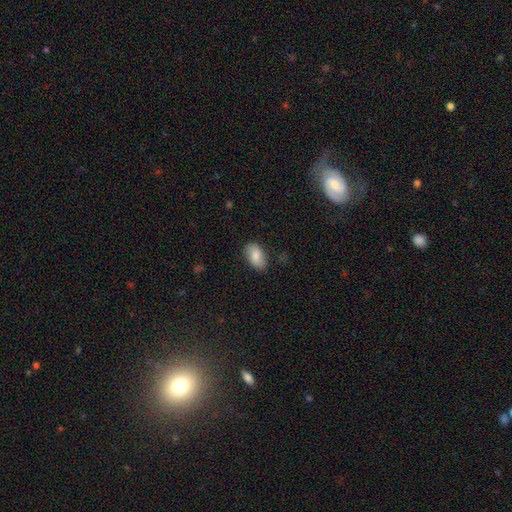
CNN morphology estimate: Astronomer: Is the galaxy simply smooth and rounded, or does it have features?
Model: smooth — 79%.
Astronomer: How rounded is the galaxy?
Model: in between — 93%.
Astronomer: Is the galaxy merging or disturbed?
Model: none — 80%.